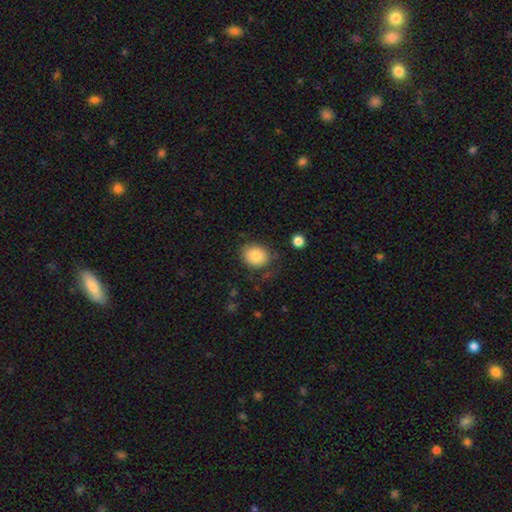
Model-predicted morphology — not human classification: smooth_or_featured: smooth (p=0.84) [alt: star or artifact p=0.08]
how_rounded: round (p=0.55) [alt: in between p=0.44]
merging: none (p=0.76) [alt: minor disturbance p=0.16]